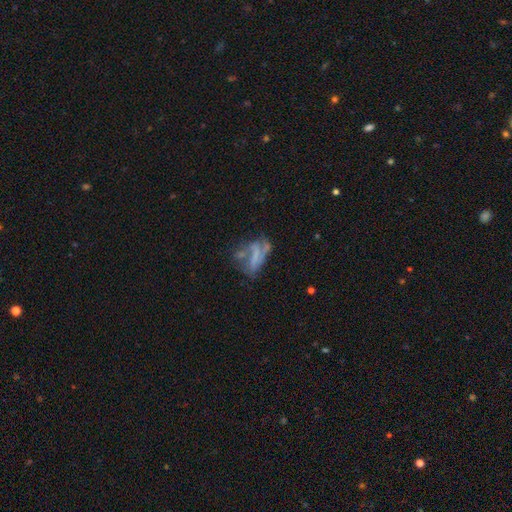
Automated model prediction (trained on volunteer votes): This appears to be a featured or disk galaxy (52%). Merging: none (32%).